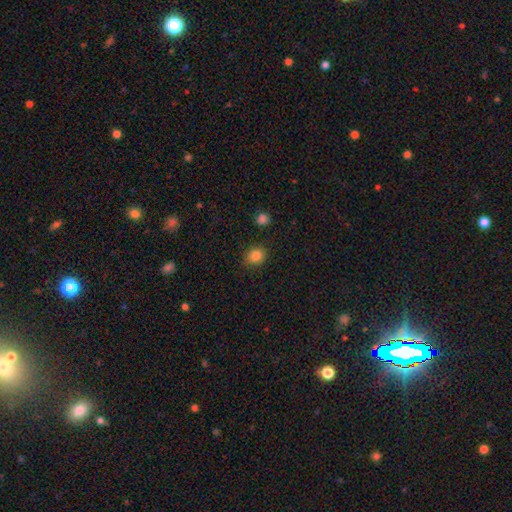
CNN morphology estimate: Q: Smooth or featured?
A: smooth (84%); runner-up: star or artifact (11%)
Q: How rounded?
A: round (66%); runner-up: in between (33%)
Q: Merging?
A: none (85%); runner-up: minor disturbance (10%)